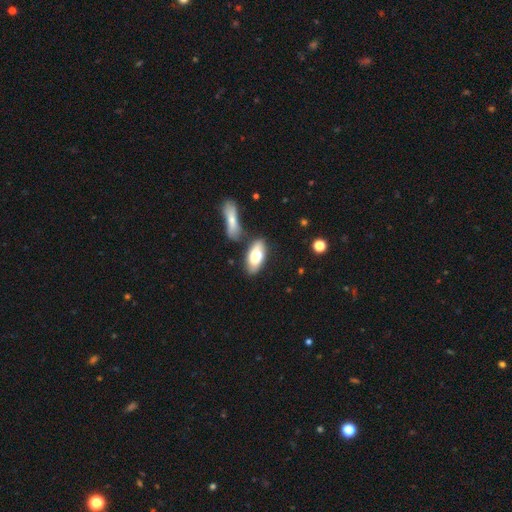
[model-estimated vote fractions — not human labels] smooth 68%, featured or disk 26%, star or artifact 7%. Down the decision tree: how rounded — in between (88%); merging — none (65%).